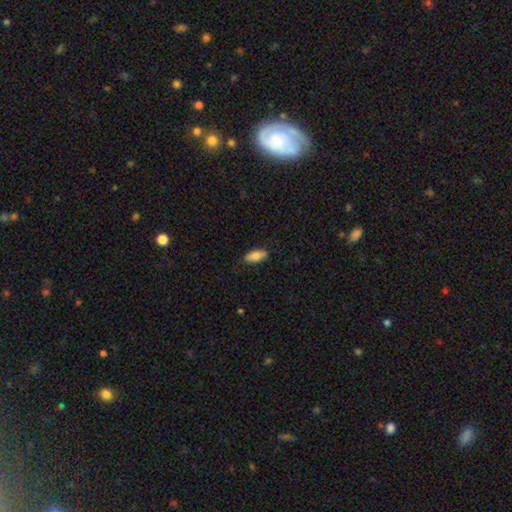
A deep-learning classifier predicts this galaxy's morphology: The model was most divided on "smooth or featured": smooth: 79%, featured or disk: 15%, star or artifact: 6%. More confident: how rounded — in between (86%); merging — none (85%).